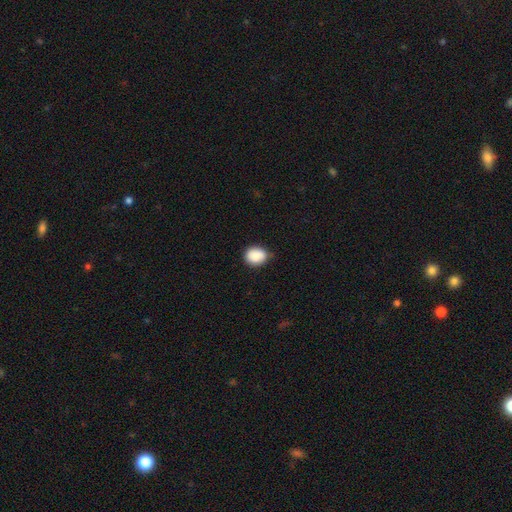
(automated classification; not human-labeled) Overall: smooth (87%). How rounded: round (60%; in between 39%). Merging: none (75%).